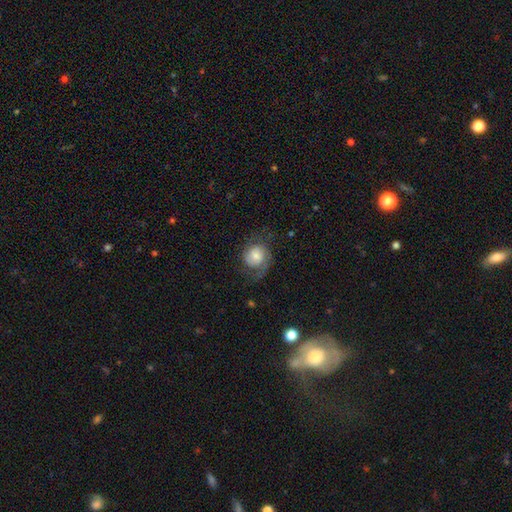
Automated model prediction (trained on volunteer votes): featured or disk 59%, smooth 33%, star or artifact 8%. Down the decision tree: edge-on disk — no (98%); bar — no (70%); spiral arms — yes (90%); spiral arm count — 2 (64%); spiral winding — medium (42%); bulge size — moderate (41%); merging — none (58%).